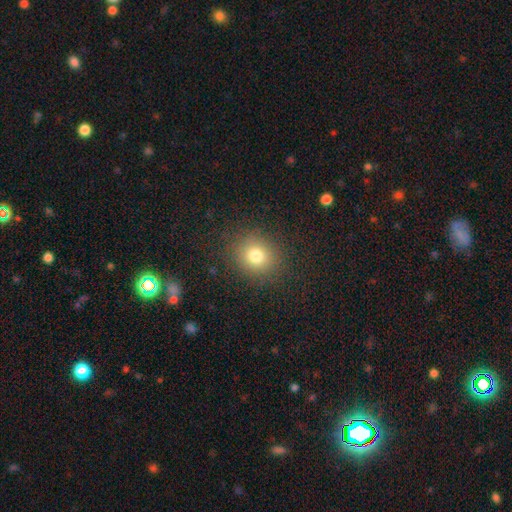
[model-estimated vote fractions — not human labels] Q: Smooth or featured?
A: smooth (77%); runner-up: star or artifact (15%)
Q: How rounded?
A: round (80%); runner-up: in between (19%)
Q: Merging?
A: none (87%); runner-up: minor disturbance (8%)